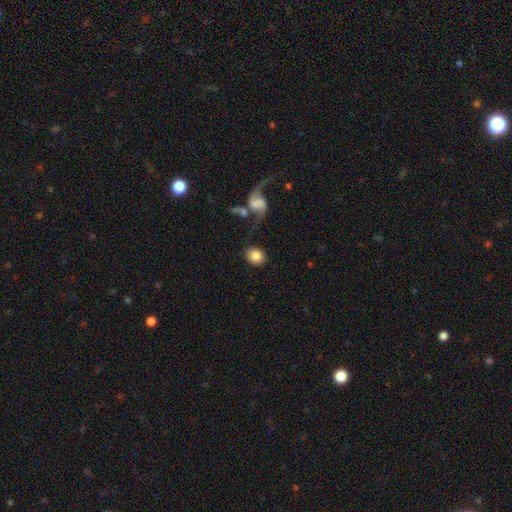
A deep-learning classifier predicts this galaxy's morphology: This appears to be a smooth galaxy with no disk features (81%) that is round (60%). Merging: none (74%).